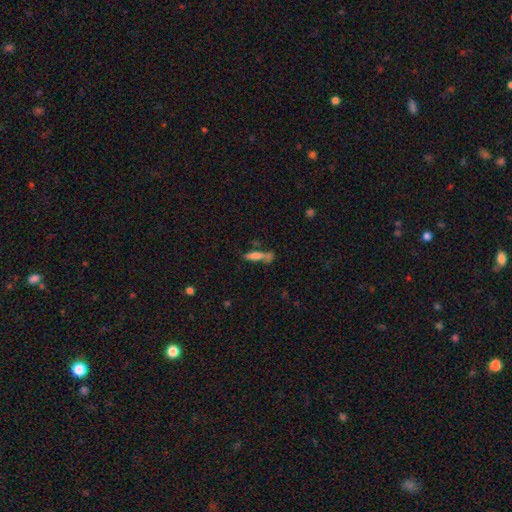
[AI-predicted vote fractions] Smooth or featured? smooth (70%)
How rounded? cigar-shaped (73%)
Merging? none (48%)